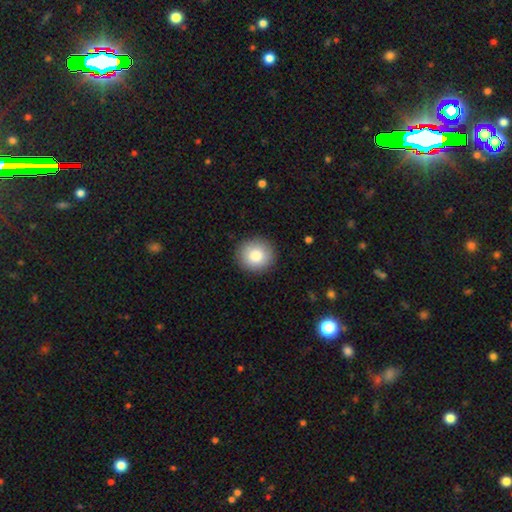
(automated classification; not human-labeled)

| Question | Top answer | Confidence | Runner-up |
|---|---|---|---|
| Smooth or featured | smooth | 84% | star or artifact (8%) |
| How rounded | round | 91% | in between (8%) |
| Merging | none | 90% | minor disturbance (7%) |